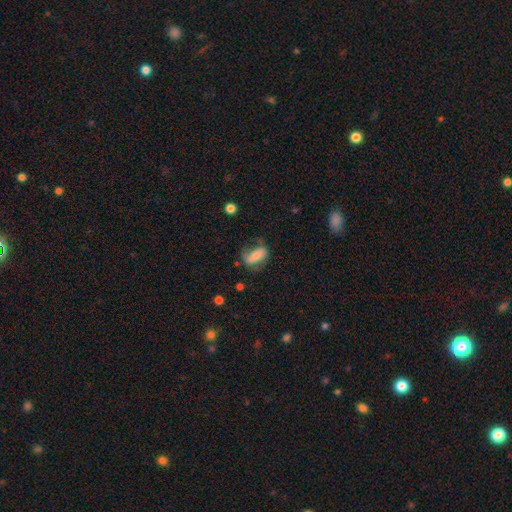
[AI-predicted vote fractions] Smooth or featured? smooth (52%)
How rounded? in between (80%)
Merging? none (49%)